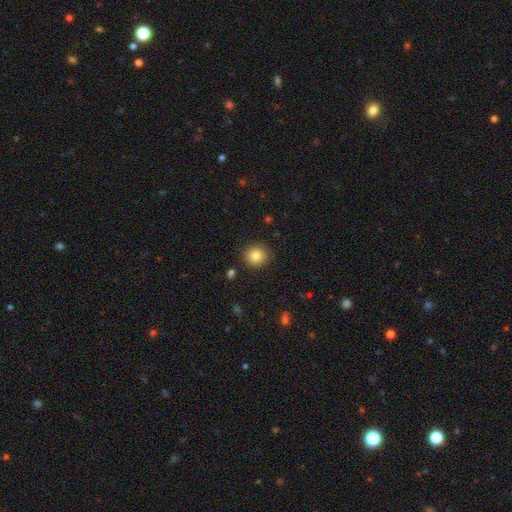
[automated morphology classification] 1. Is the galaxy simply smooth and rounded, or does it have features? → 85% smooth, 10% star or artifact, 6% featured or disk.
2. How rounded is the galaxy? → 92% round, 7% in between, 1% cigar-shaped.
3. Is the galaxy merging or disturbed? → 90% none, 6% minor disturbance, 2% major disturbance, 1% merger.